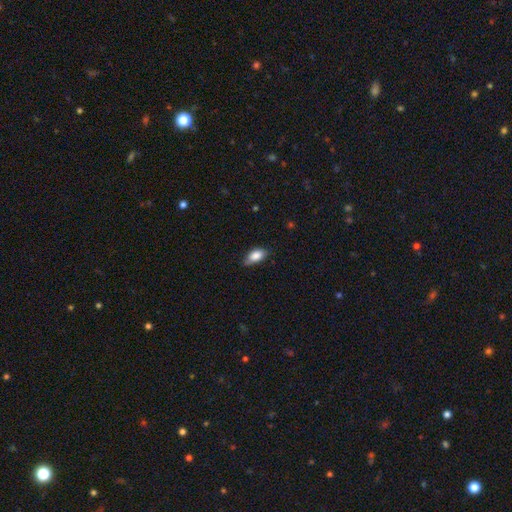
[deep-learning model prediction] smooth-or-featured: smooth: 85% | featured or disk: 8% | star or artifact: 7%
  how-rounded: in between: 91% | cigar-shaped: 5% | round: 4%
  merging: none: 71% | minor disturbance: 24% | major disturbance: 4% | merger: 1%